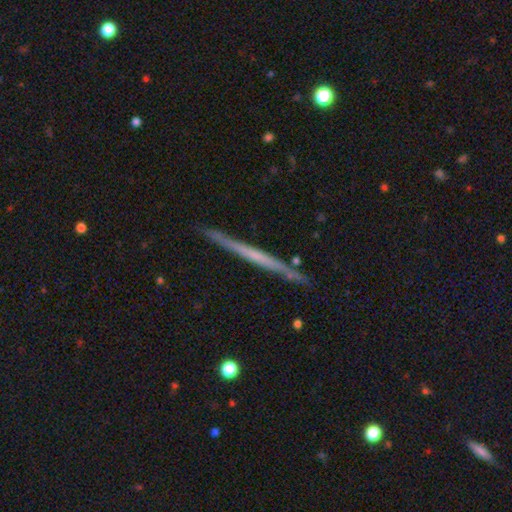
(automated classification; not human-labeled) Smooth or featured: featured or disk — 62% (smooth — 33%)
Edge-on disk: yes — 97% (no — 3%)
Edge-on bulge: none — 86% (rounded — 8%)
Merging: none — 89% (minor disturbance — 8%)